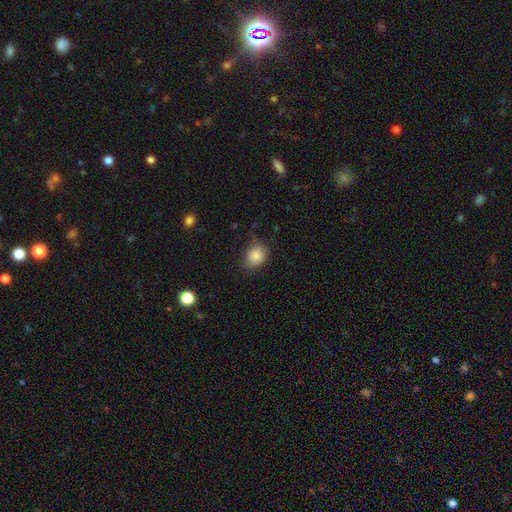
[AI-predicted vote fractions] smooth-or-featured: smooth: 83% | featured or disk: 8% | star or artifact: 8%
  how-rounded: round: 51% | in between: 48% | cigar-shaped: 1%
  merging: none: 68% | minor disturbance: 24% | major disturbance: 6% | merger: 1%